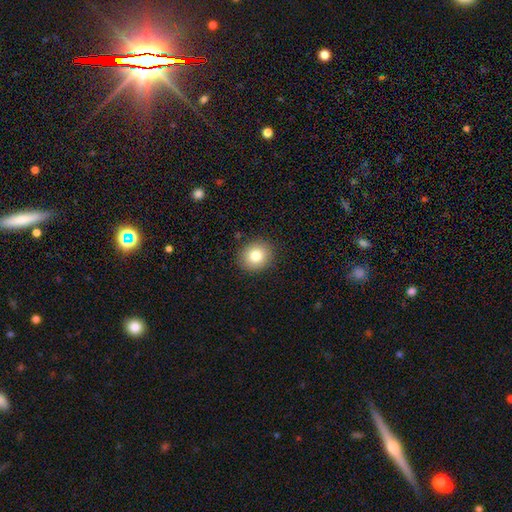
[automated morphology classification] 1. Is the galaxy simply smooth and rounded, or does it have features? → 81% smooth, 10% star or artifact, 9% featured or disk.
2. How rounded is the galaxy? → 81% round, 18% in between, 1% cigar-shaped.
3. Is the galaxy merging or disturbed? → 89% none, 8% minor disturbance, 2% major disturbance, 1% merger.